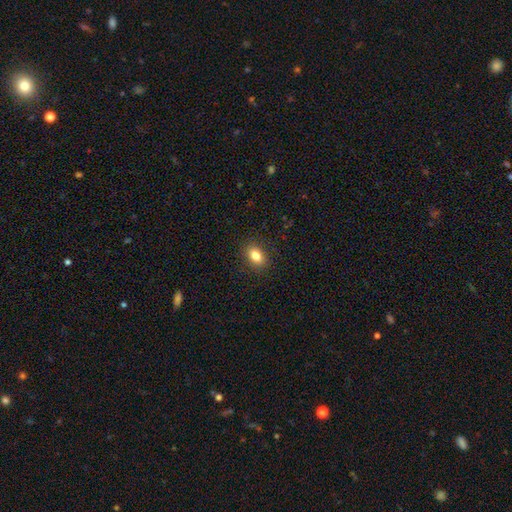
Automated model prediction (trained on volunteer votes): Smooth or featured: smooth — 83% (star or artifact — 10%)
How rounded: in between — 78% (round — 21%)
Merging: none — 89% (minor disturbance — 8%)